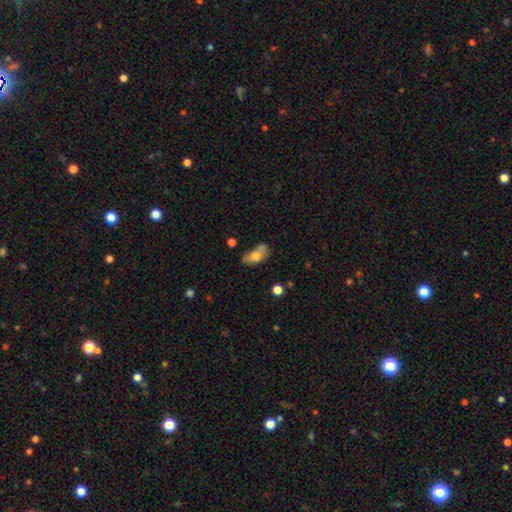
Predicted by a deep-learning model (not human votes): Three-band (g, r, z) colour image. It shows a smooth galaxy with no disk features (68%) that is in between round and cigar-shaped (87%). Merging: none (41%).